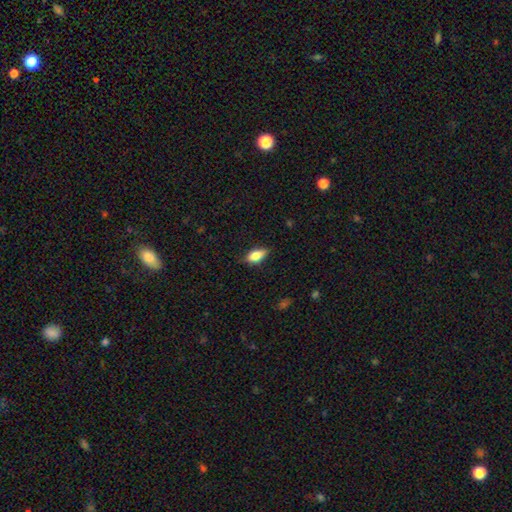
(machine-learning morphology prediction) Q: Smooth or featured?
A: smooth (78%); runner-up: featured or disk (14%)
Q: How rounded?
A: in between (86%); runner-up: cigar-shaped (10%)
Q: Merging?
A: none (80%); runner-up: minor disturbance (16%)